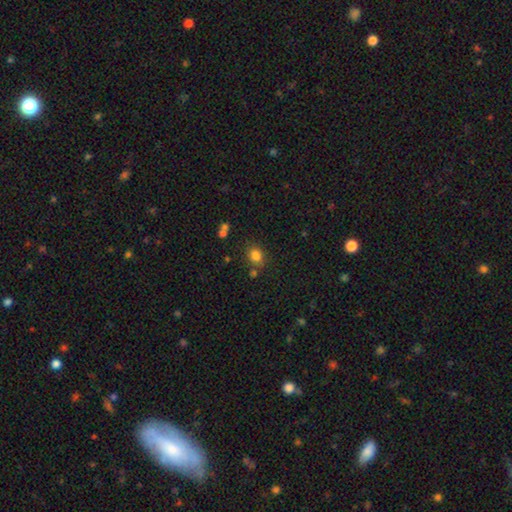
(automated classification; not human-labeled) Smooth or featured? Predicted: smooth (p=0.82). How rounded? Predicted: round (p=0.65). Merging? Predicted: none (p=0.75).